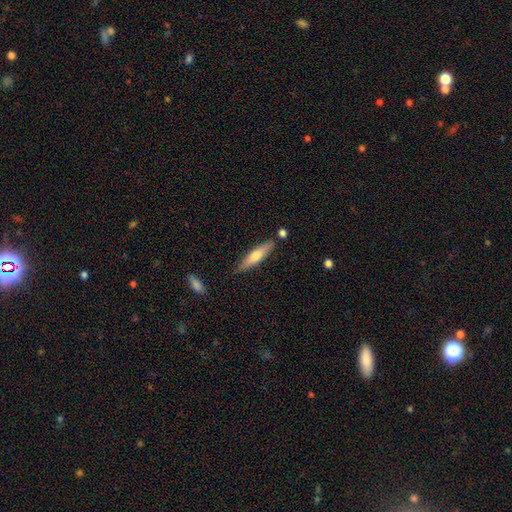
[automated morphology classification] Smooth or featured?
  - smooth: 62% *
  - featured or disk: 33%
  - star or artifact: 6%
How rounded?
  - cigar-shaped: 78% *
  - in between: 21%
  - round: 1%
Merging?
  - none: 80% *
  - minor disturbance: 14%
  - merger: 5%
  - major disturbance: 2%